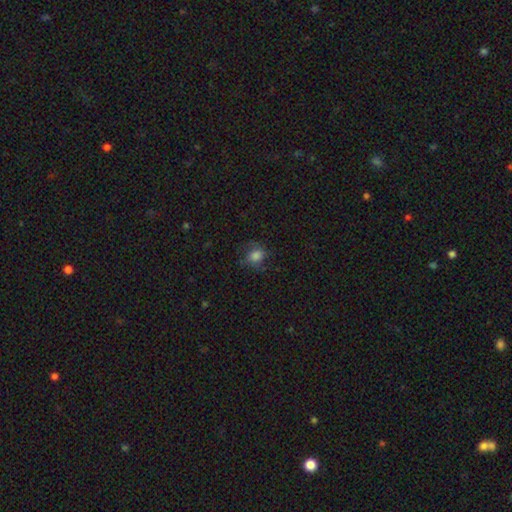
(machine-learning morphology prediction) Smooth or featured?
  - smooth: 69% *
  - featured or disk: 18%
  - star or artifact: 13%
How rounded?
  - round: 66% *
  - in between: 33%
  - cigar-shaped: 1%
Merging?
  - none: 63% *
  - minor disturbance: 21%
  - major disturbance: 14%
  - merger: 1%